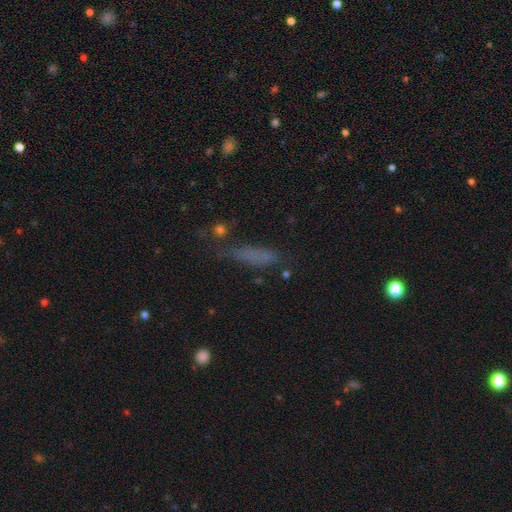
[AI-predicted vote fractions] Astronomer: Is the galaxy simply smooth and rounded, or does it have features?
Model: smooth — 65%.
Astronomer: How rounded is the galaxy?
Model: cigar-shaped — 73%.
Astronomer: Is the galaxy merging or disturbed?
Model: none — 64%.